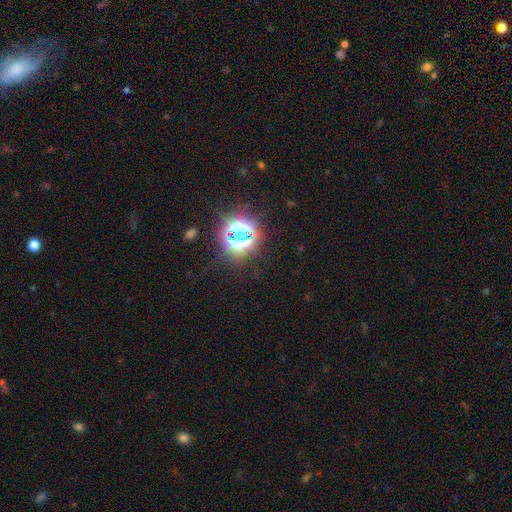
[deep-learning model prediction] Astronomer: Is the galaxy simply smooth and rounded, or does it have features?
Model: star or artifact — 80%.